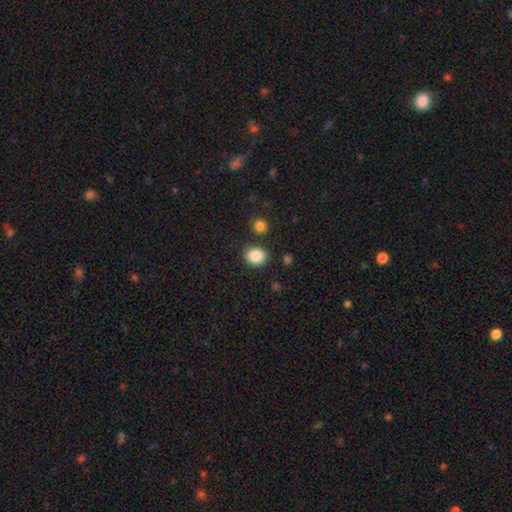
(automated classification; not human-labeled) This is clearly a smooth galaxy (87%). How rounded: likely round (66%). Merging: clearly none (84%).